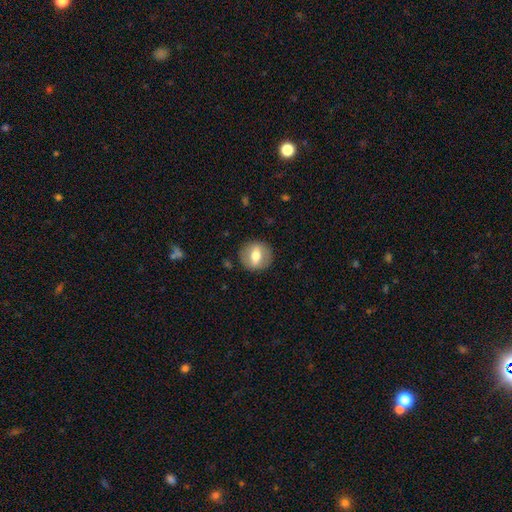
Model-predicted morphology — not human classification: The model was most divided on "smooth or featured": smooth: 55%, featured or disk: 38%, star or artifact: 7%. More confident: merging — none (87%); how rounded — round (78%).